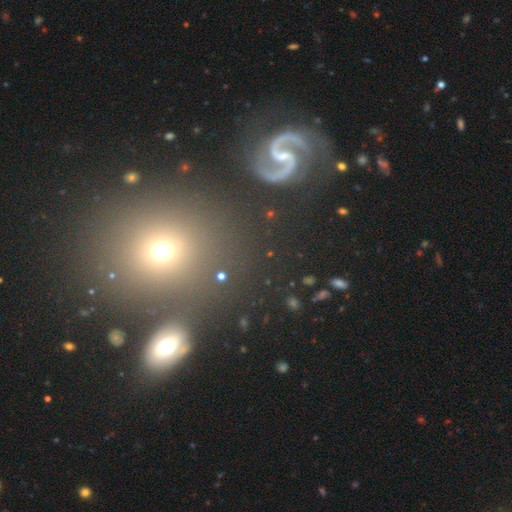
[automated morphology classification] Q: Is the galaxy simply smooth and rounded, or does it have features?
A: featured or disk — 43%.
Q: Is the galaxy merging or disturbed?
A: none — 75%.